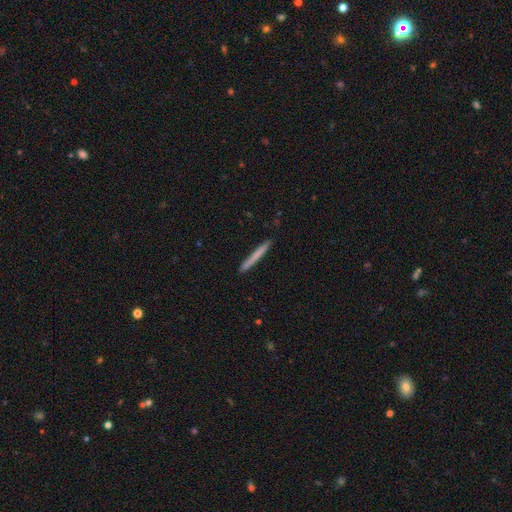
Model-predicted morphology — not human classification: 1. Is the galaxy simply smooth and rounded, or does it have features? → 67% smooth, 28% featured or disk, 5% star or artifact.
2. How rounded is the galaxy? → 97% cigar-shaped, 2% in between, 1% round.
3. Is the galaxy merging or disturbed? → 92% none, 6% minor disturbance, 1% major disturbance, 1% merger.